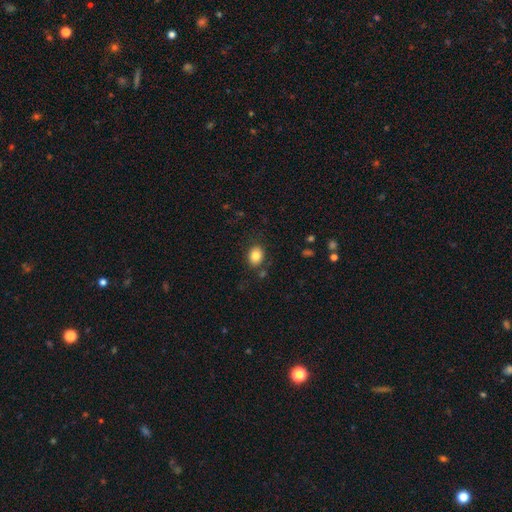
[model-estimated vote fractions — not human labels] Smooth or featured: smooth — 83% (star or artifact — 10%)
How rounded: in between — 51% (round — 48%)
Merging: none — 82% (minor disturbance — 11%)